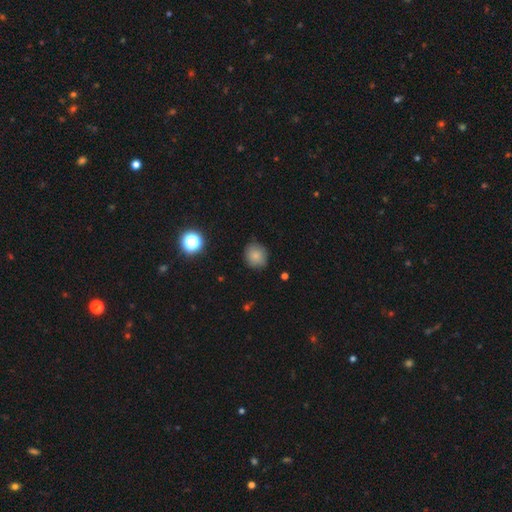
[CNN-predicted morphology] Smooth or featured? Predicted: smooth (p=0.82). How rounded? Predicted: round (p=0.82). Merging? Predicted: none (p=0.81).